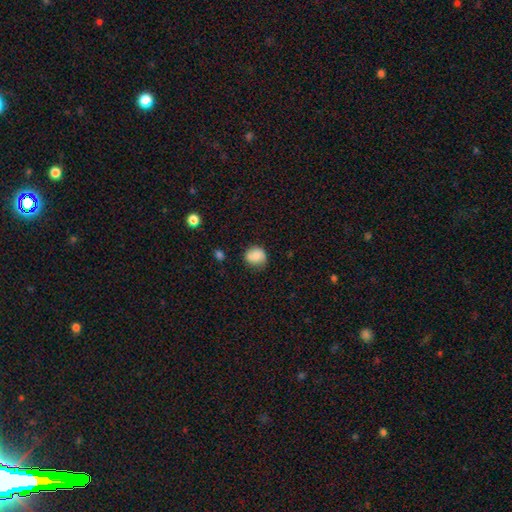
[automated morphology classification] Smooth or featured?
  - smooth: 80% *
  - featured or disk: 12%
  - star or artifact: 9%
How rounded?
  - round: 77% *
  - in between: 22%
  - cigar-shaped: 1%
Merging?
  - none: 70% *
  - minor disturbance: 22%
  - major disturbance: 5%
  - merger: 2%